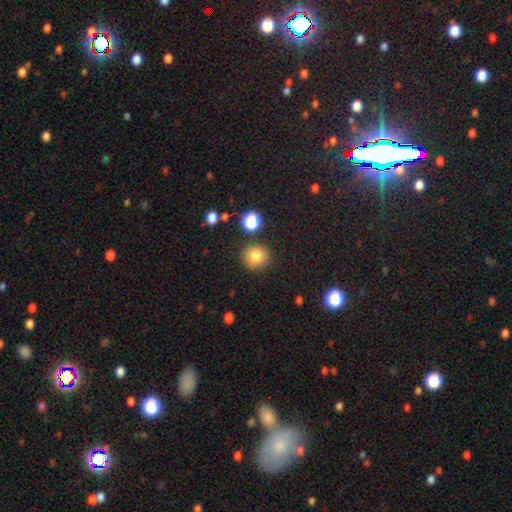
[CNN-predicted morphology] Smooth or featured? smooth (81%)
How rounded? round (89%)
Merging? none (84%)